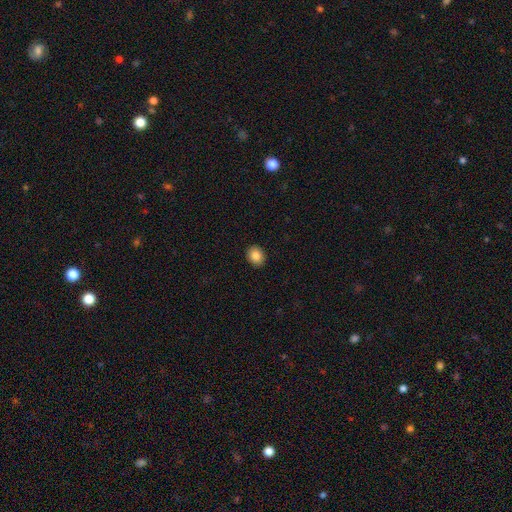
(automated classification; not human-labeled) Overall: smooth (85%). How rounded: round (61%; in between 38%). Merging: none (92%).